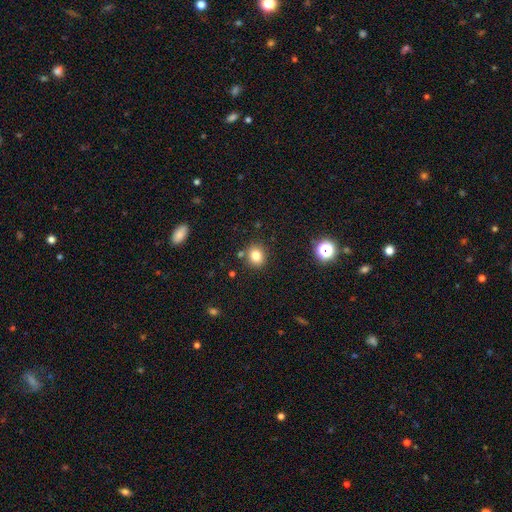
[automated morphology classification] A smooth galaxy with no disk features (80%) that is round (76%). Merging: none (83%).